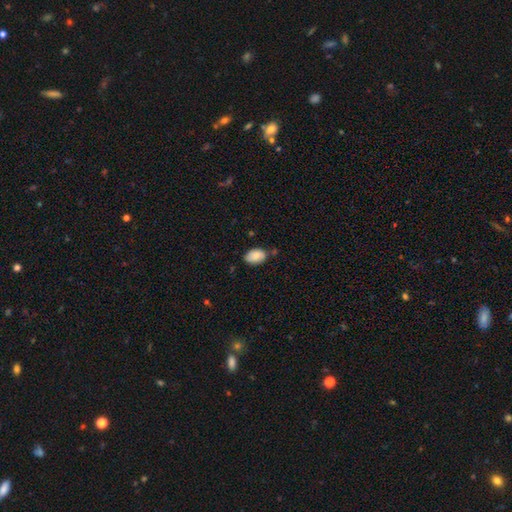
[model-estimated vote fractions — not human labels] Smooth or featured? Predicted: smooth (p=0.81). How rounded? Predicted: in between (p=0.90). Merging? Predicted: none (p=0.69).